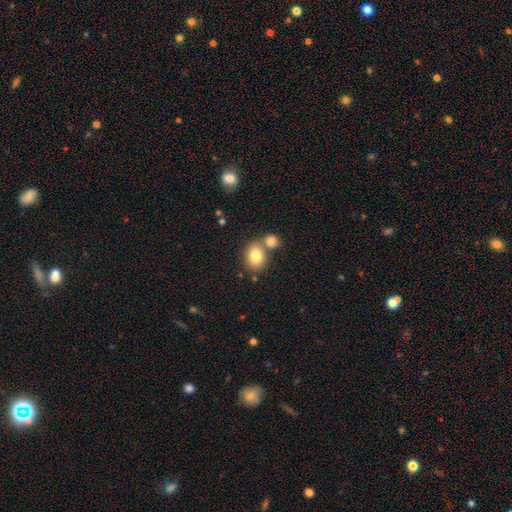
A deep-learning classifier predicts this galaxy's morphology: Smooth or featured: smooth — 82% (featured or disk — 9%)
How rounded: in between — 57% (round — 42%)
Merging: none — 52% (merger — 36%)